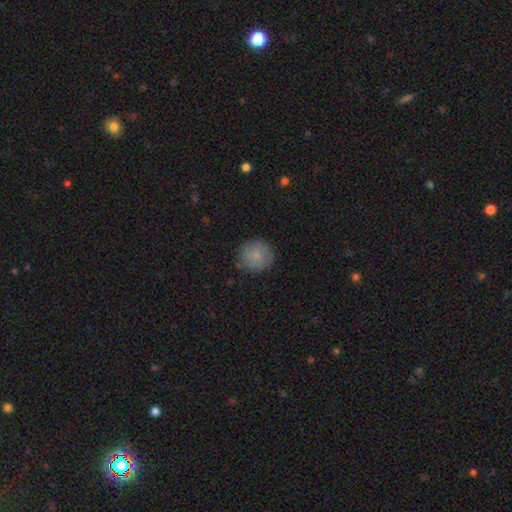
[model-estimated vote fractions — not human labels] Smooth or featured?
  - smooth: 84% *
  - star or artifact: 8%
  - featured or disk: 8%
How rounded?
  - round: 93% *
  - in between: 6%
  - cigar-shaped: 1%
Merging?
  - none: 86% *
  - minor disturbance: 11%
  - major disturbance: 3%
  - merger: 1%